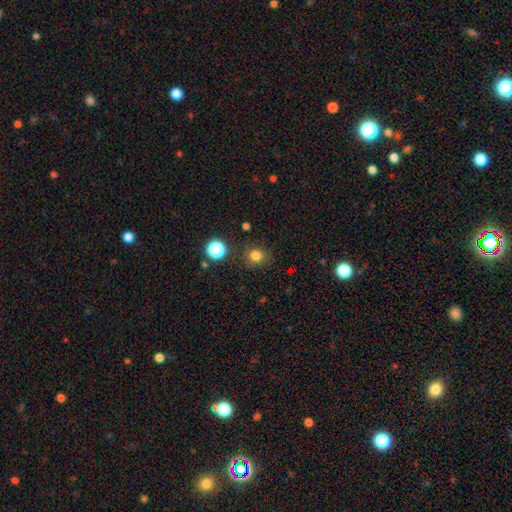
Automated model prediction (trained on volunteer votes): smooth_or_featured: smooth (p=0.80) [alt: star or artifact p=0.15]
how_rounded: round (p=0.86) [alt: in between p=0.13]
merging: none (p=0.86) [alt: minor disturbance p=0.09]